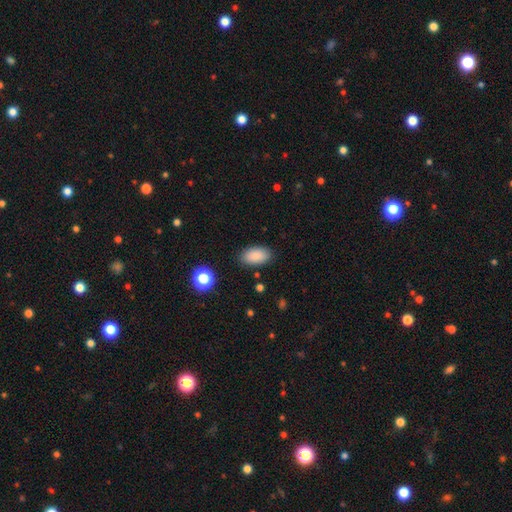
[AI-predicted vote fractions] The model was most divided on "merging": none: 86%, minor disturbance: 10%, major disturbance: 3%, merger: 2%. More confident: how rounded — in between (94%); smooth or featured — smooth (87%).